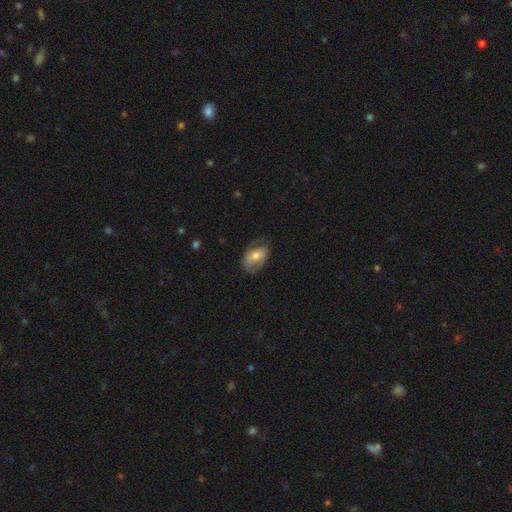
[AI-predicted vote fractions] Morphology: type=smooth (51%); roundness=in between (86%); merging=none (60%).